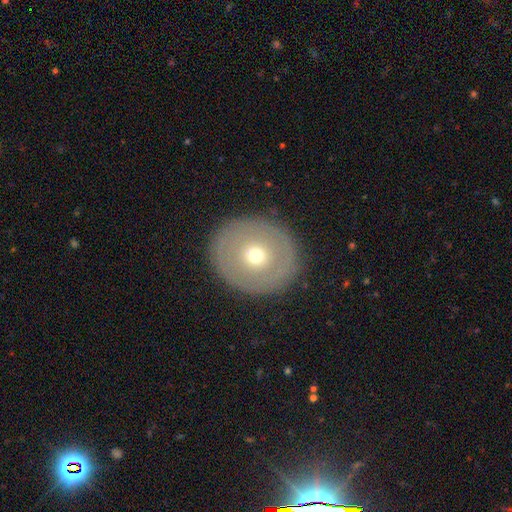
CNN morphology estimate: This appears to be a smooth galaxy with no disk features (50%). Merging: none (87%).